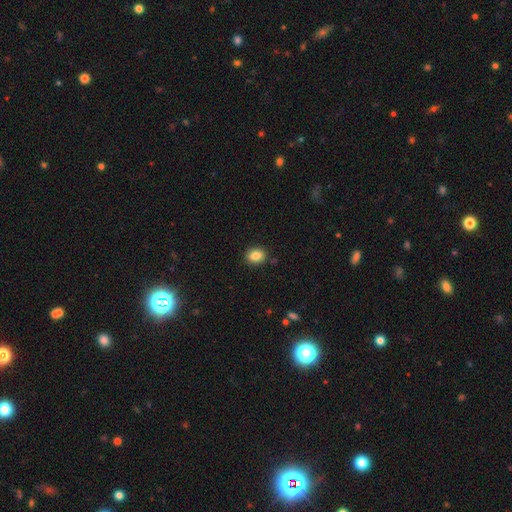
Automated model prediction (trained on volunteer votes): Overall: smooth (84%). How rounded: round (50%; in between 49%). Merging: none (88%).